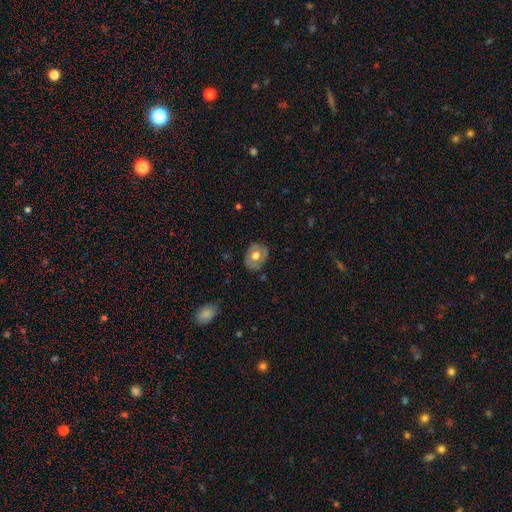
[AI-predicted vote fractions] This is possibly a smooth galaxy (50%). How rounded: possibly in between (53%). Merging: likely none (78%).